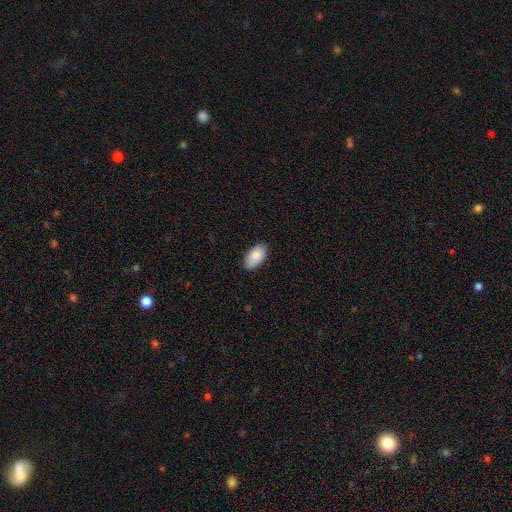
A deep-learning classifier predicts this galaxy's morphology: Smooth or featured? smooth (86%)
How rounded? in between (95%)
Merging? none (80%)